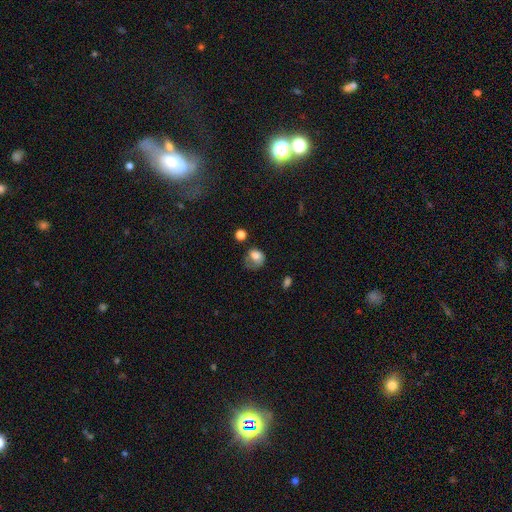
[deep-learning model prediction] Q: Smooth or featured?
A: smooth (74%); runner-up: featured or disk (16%)
Q: How rounded?
A: round (56%); runner-up: in between (43%)
Q: Merging?
A: major disturbance (35%); runner-up: minor disturbance (31%)